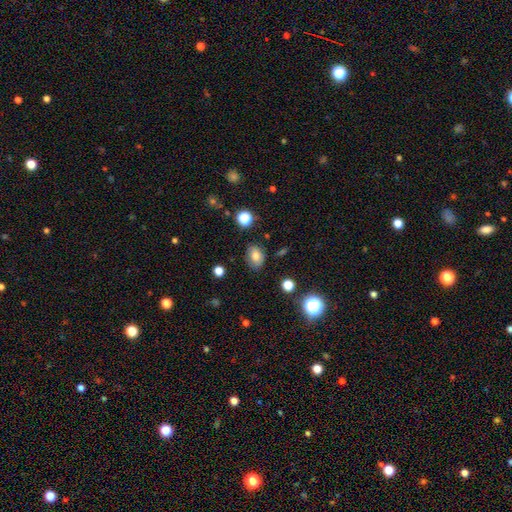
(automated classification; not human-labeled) This appears to be a smooth galaxy with no disk features (76%) that is in between round and cigar-shaped (66%). Merging: none (81%).